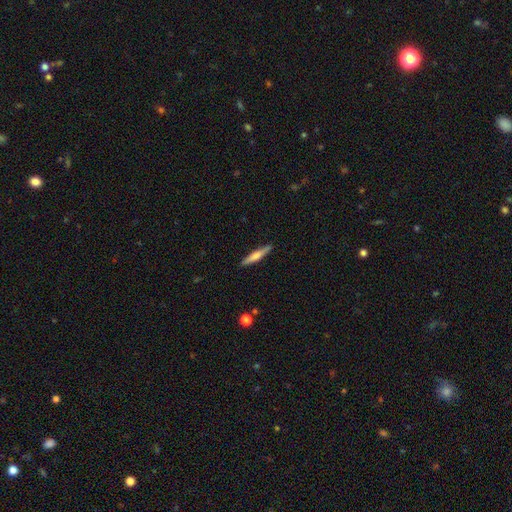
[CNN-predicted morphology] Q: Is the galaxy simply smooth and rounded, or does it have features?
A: smooth — 54%.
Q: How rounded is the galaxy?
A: cigar-shaped — 92%.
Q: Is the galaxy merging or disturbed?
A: none — 90%.